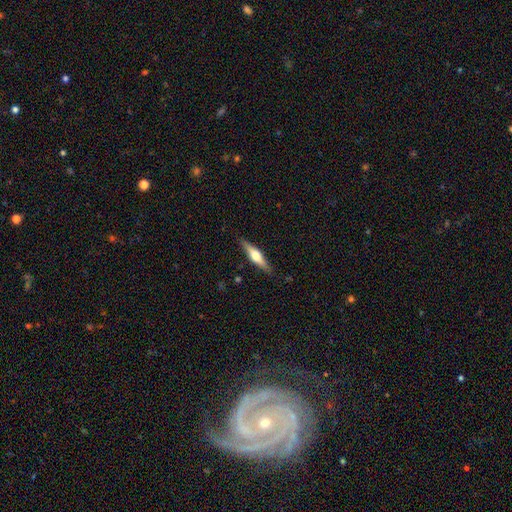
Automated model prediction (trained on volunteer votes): This appears to be a featured or disk galaxy (60%) viewed edge-on (96%) with a rounded central bulge (93%). Merging: none (88%).